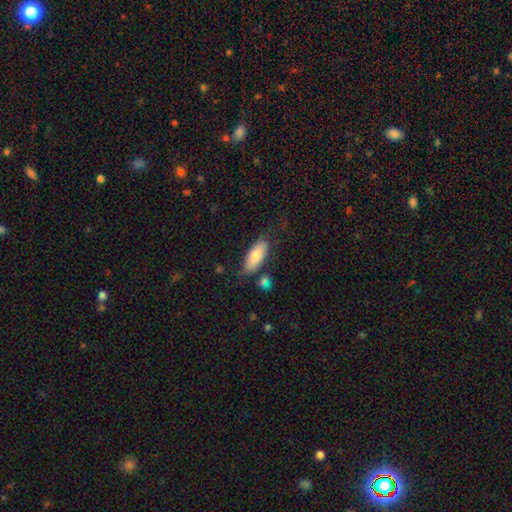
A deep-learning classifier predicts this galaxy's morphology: type=smooth (81%); roundness=in between (78%); merging=none (71%).